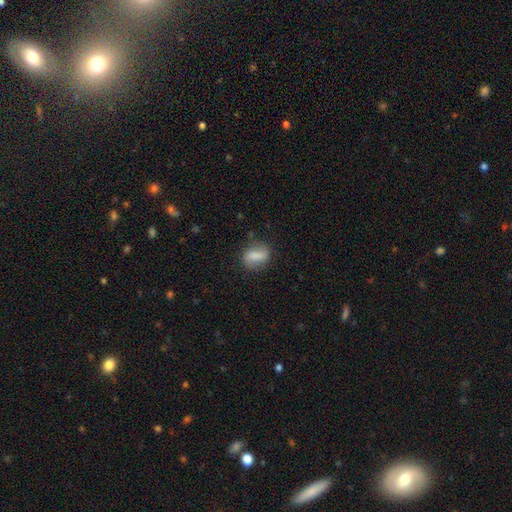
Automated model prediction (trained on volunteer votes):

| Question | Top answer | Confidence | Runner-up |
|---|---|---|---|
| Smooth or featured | smooth | 74% | featured or disk (19%) |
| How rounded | in between | 72% | round (21%) |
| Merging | none | 74% | minor disturbance (18%) |